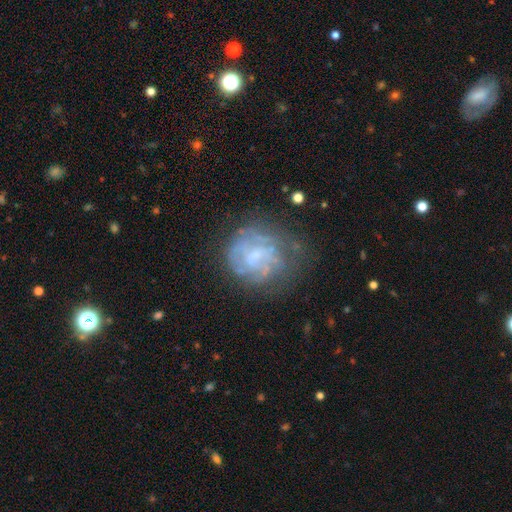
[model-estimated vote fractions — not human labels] Smooth or featured? Predicted: featured or disk (p=0.66). Edge-on disk? Predicted: no (p=0.98). Bar? Predicted: no (p=0.63). Spiral arms? Predicted: yes (p=0.58). Bulge size? Predicted: small (p=0.39). Merging? Predicted: none (p=0.59).